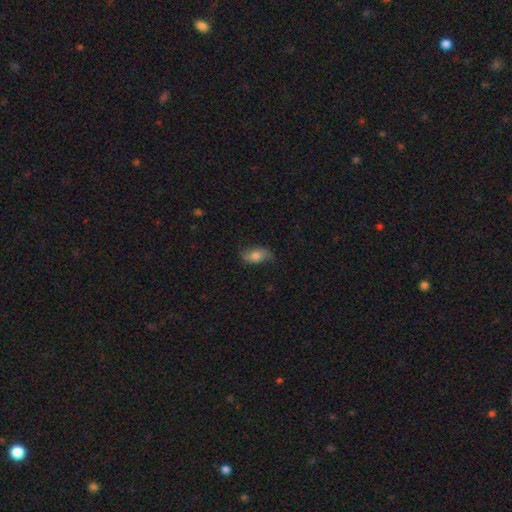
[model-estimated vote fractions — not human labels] Smooth or featured?
  - smooth: 57% *
  - featured or disk: 35%
  - star or artifact: 8%
How rounded?
  - in between: 87% *
  - round: 8%
  - cigar-shaped: 4%
Merging?
  - none: 71% *
  - minor disturbance: 22%
  - major disturbance: 6%
  - merger: 1%